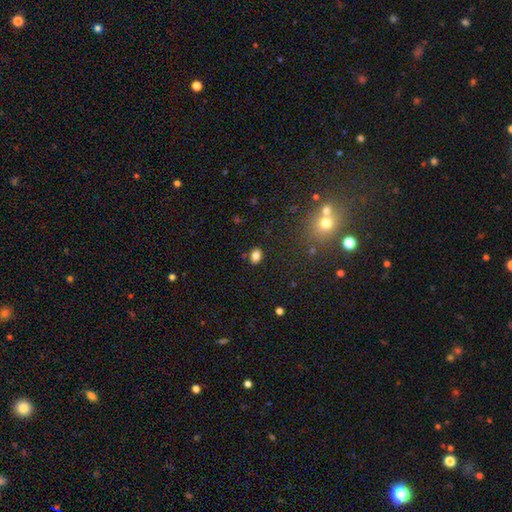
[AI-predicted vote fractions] A smooth galaxy with no disk features (82%) that is in between round and cigar-shaped (74%).

Vote fractions:
- Smooth or featured? smooth: 82% / star or artifact: 12% / featured or disk: 7%
- How rounded? in between: 74% / round: 25% / cigar-shaped: 1%
- Merging? none: 83% / minor disturbance: 11% / merger: 3% / major disturbance: 3%